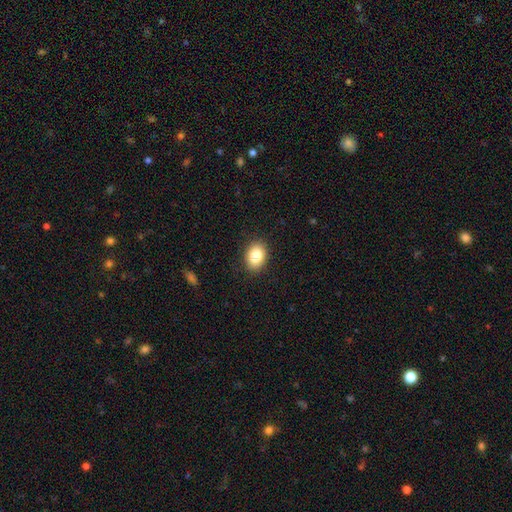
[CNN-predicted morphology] smooth 85%, star or artifact 8%, featured or disk 7%. Down the decision tree: how rounded — in between (76%); merging — none (88%).